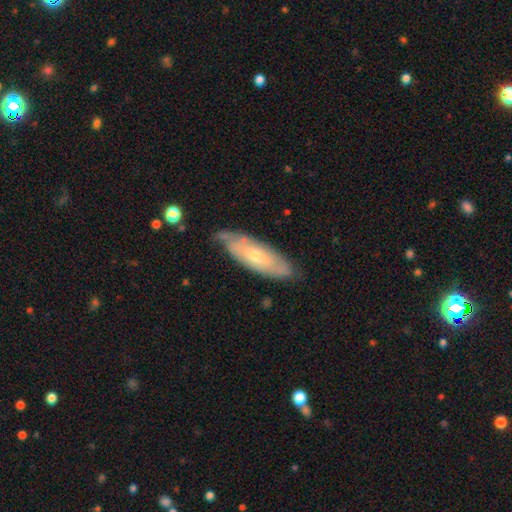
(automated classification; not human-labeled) smooth_or_featured: featured or disk (p=0.55) [alt: smooth p=0.39]
disk_edge_on: no (p=0.75) [alt: yes p=0.25]
merging: none (p=0.68) [alt: minor disturbance p=0.25]